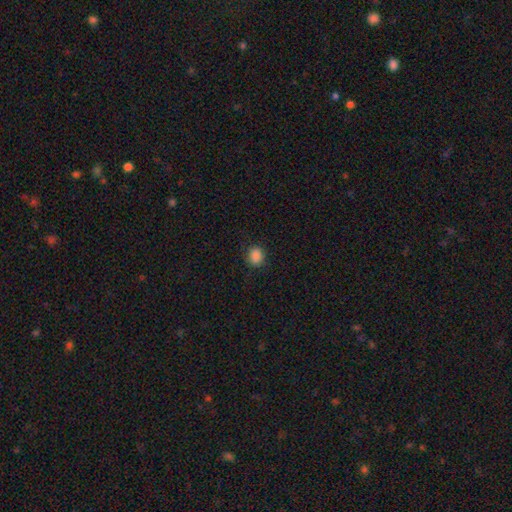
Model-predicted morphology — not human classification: Smooth or featured? Predicted: smooth (p=0.87). How rounded? Predicted: round (p=0.70). Merging? Predicted: none (p=0.87).